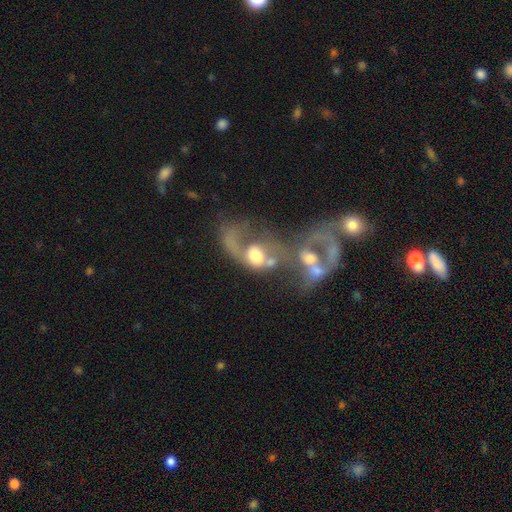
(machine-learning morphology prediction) A featured or disk galaxy (63%) with no bar (73%), spiral arms (57%) and a moderate central bulge (51%). Merging: merger (72%).